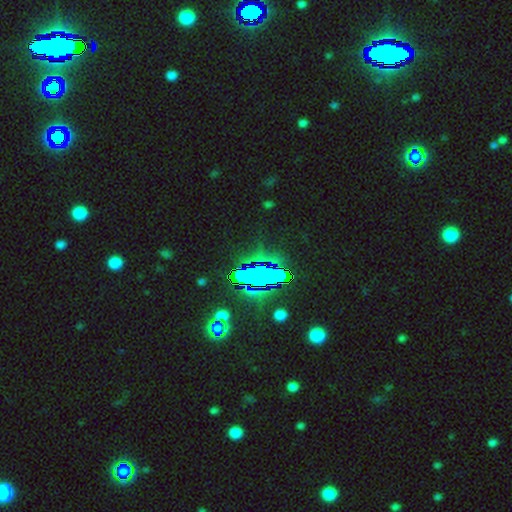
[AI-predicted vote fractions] Q: Smooth or featured?
A: star or artifact (83%); runner-up: smooth (10%)